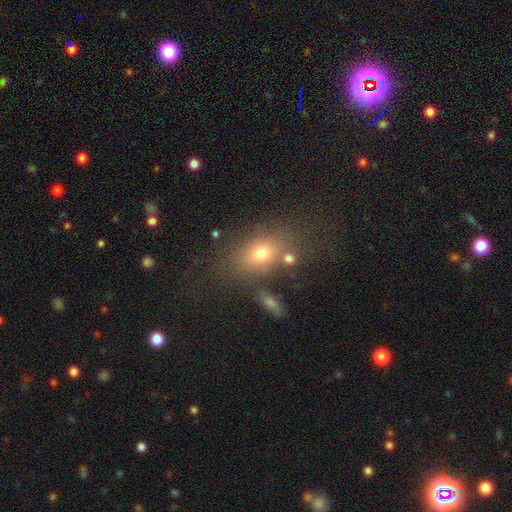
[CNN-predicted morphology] The model was most divided on "smooth or featured": smooth: 54%, star or artifact: 31%, featured or disk: 15%. More confident: merging — none (71%); how rounded — in between (62%).